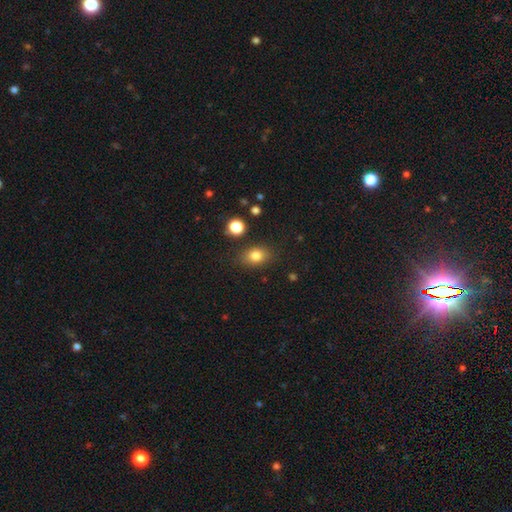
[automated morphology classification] type=smooth (81%); roundness=in between (67%); merging=none (81%).